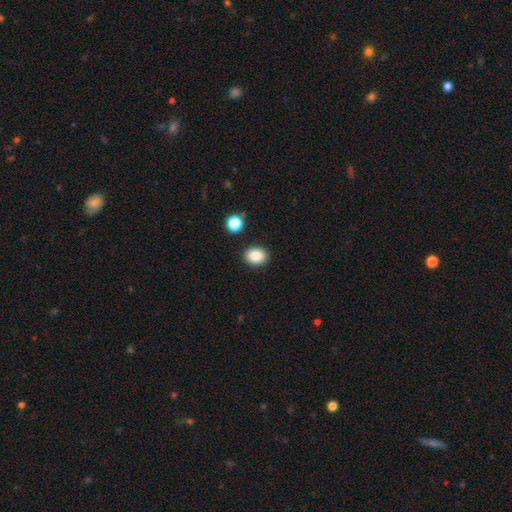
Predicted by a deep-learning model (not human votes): The model was most divided on "how rounded": in between: 55%, round: 44%, cigar-shaped: 1%. More confident: merging — none (88%); smooth or featured — smooth (87%).